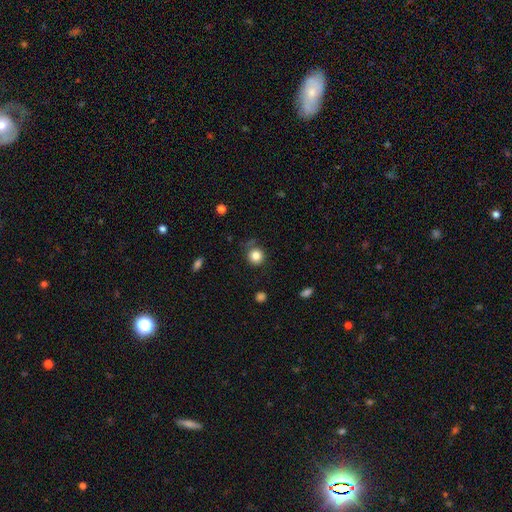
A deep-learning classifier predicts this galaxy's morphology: Smooth or featured?
  - smooth: 83% *
  - star or artifact: 11%
  - featured or disk: 6%
How rounded?
  - round: 90% *
  - in between: 9%
  - cigar-shaped: 1%
Merging?
  - none: 78% *
  - minor disturbance: 15%
  - major disturbance: 5%
  - merger: 3%